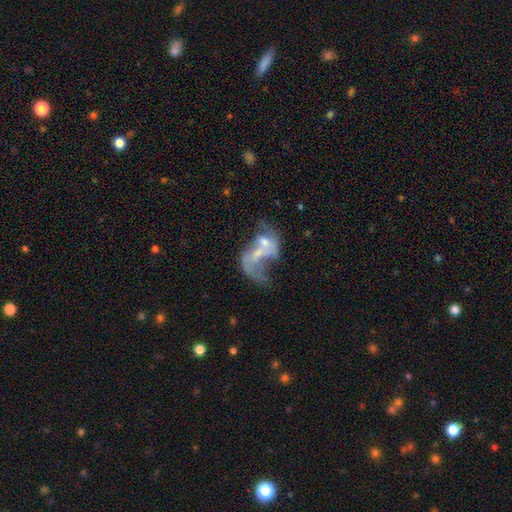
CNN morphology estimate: Overall: featured or disk (63%; smooth 27%). Edge-on disk: no (97%). Bar: no (72%). Spiral arms: no (53%; yes 47%). Bulge size: small (35%; moderate 34%). Merging: merger (59%; major disturbance 25%).